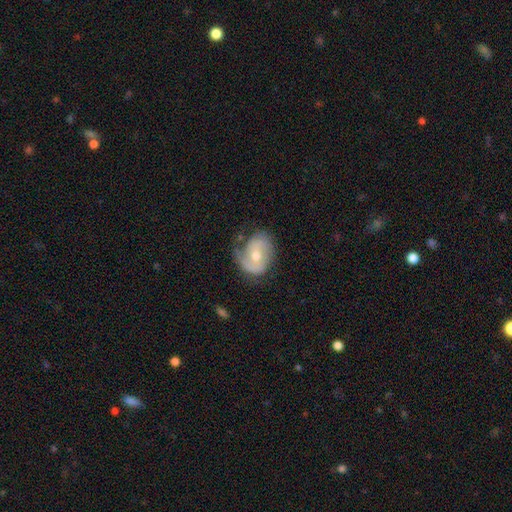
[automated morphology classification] smooth_or_featured: featured or disk (p=0.73) [alt: smooth p=0.21]
disk_edge_on: no (p=0.97) [alt: yes p=0.03]
bar: no (p=0.53) [alt: weak p=0.38]
has_spiral_arms: yes (p=0.90) [alt: no p=0.10]
spiral_winding: medium (p=0.43) [alt: tight p=0.34]
spiral_arm_count: 2 (p=0.56) [alt: 1 p=0.29]
bulge_size: moderate (p=0.59) [alt: small p=0.36]
merging: none (p=0.56) [alt: minor disturbance p=0.27]